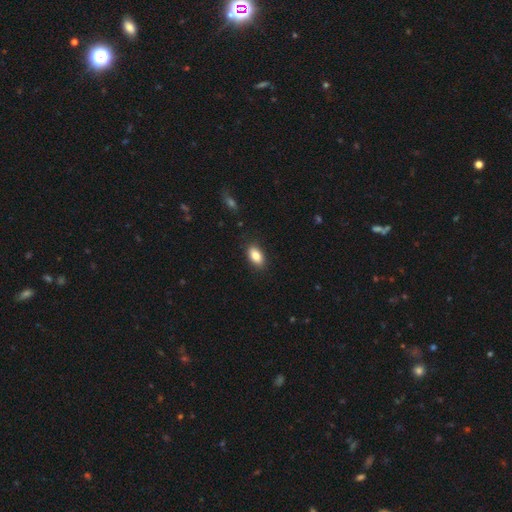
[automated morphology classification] Smooth or featured?
  - smooth: 84% *
  - featured or disk: 8%
  - star or artifact: 8%
How rounded?
  - in between: 91% *
  - round: 6%
  - cigar-shaped: 3%
Merging?
  - none: 87% *
  - minor disturbance: 9%
  - major disturbance: 2%
  - merger: 1%